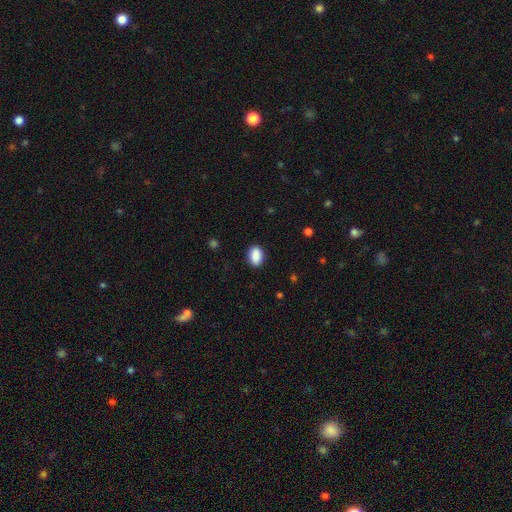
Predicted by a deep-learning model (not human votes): Q: Smooth or featured?
A: smooth (89%); runner-up: star or artifact (7%)
Q: How rounded?
A: in between (86%); runner-up: round (12%)
Q: Merging?
A: none (89%); runner-up: minor disturbance (8%)